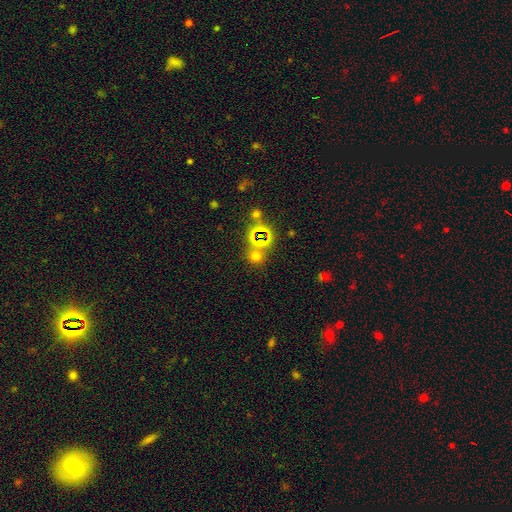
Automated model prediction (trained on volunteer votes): Smooth or featured?
  - smooth: 53% *
  - star or artifact: 40%
  - featured or disk: 7%
How rounded?
  - round: 87% *
  - in between: 11%
  - cigar-shaped: 1%
Merging?
  - none: 74% *
  - merger: 13%
  - minor disturbance: 8%
  - major disturbance: 5%